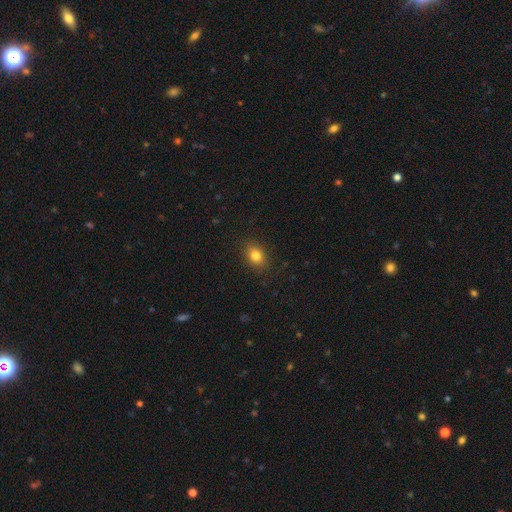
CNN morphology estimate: Smooth or featured? Predicted: smooth (p=0.82). How rounded? Predicted: in between (p=0.63). Merging? Predicted: none (p=0.88).